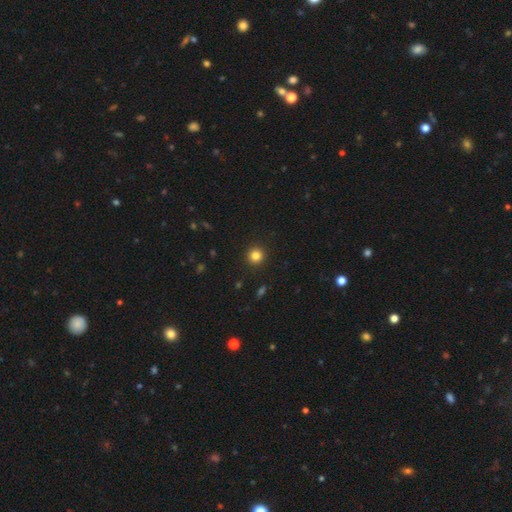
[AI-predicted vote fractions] Morphology: type=smooth (84%); roundness=round (94%); merging=none (93%).